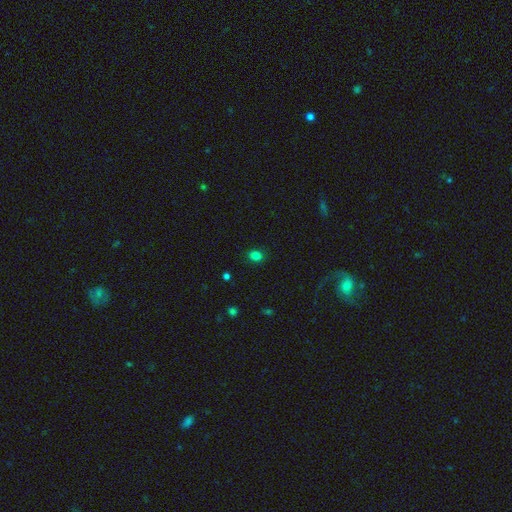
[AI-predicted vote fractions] Smooth or featured?
  - smooth: 81% *
  - star or artifact: 15%
  - featured or disk: 4%
How rounded?
  - in between: 52% *
  - round: 47%
  - cigar-shaped: 1%
Merging?
  - none: 88% *
  - minor disturbance: 9%
  - major disturbance: 2%
  - merger: 1%